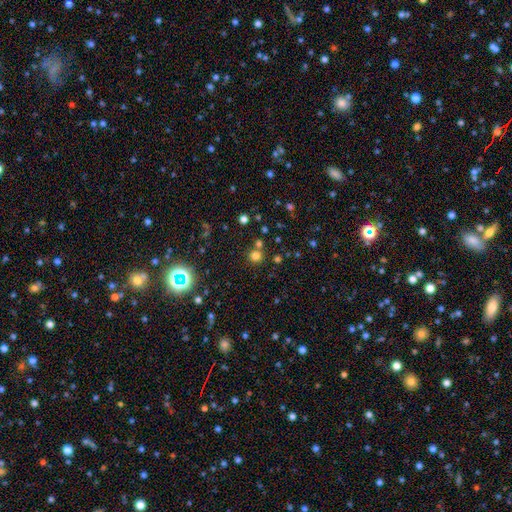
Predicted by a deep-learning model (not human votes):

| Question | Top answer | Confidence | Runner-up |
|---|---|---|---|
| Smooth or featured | smooth | 71% | star or artifact (23%) |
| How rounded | round | 91% | in between (8%) |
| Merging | none | 73% | merger (17%) |